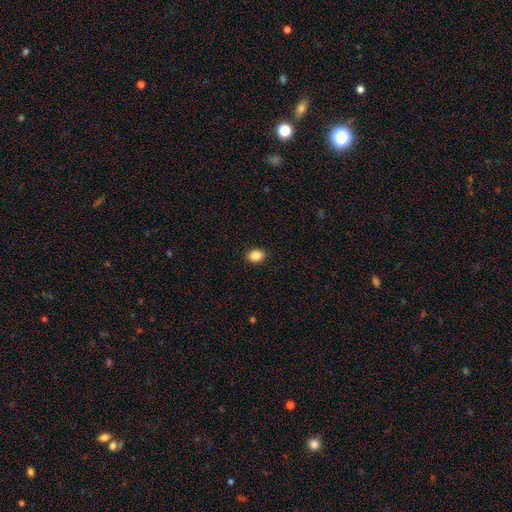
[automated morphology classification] Overall: smooth (88%). How rounded: in between (65%; round 34%). Merging: none (91%).